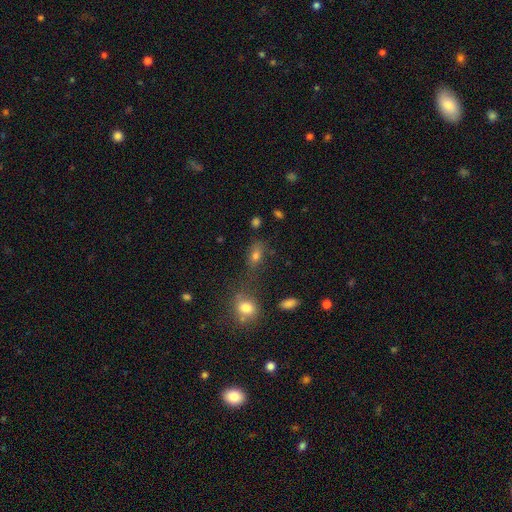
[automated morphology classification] Smooth or featured?
  - smooth: 72% *
  - star or artifact: 15%
  - featured or disk: 12%
How rounded?
  - in between: 77% *
  - round: 15%
  - cigar-shaped: 8%
Merging?
  - none: 57% *
  - merger: 18%
  - minor disturbance: 17%
  - major disturbance: 8%